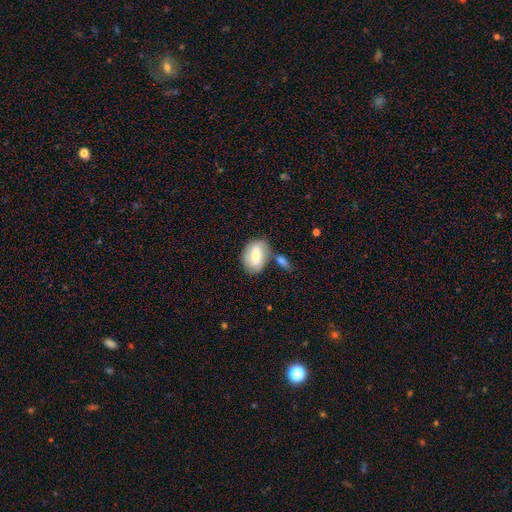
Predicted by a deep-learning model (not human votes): smooth 51%, featured or disk 42%, star or artifact 7%. Down the decision tree: how rounded — in between (81%); merging — none (58%).